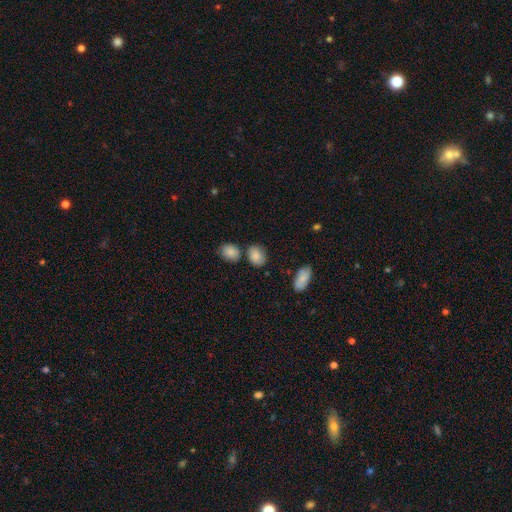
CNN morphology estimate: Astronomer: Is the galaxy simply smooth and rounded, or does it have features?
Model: smooth — 83%.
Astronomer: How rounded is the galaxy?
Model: in between — 60% (runner-up: round, 39%).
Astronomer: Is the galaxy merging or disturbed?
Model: none — 67%.